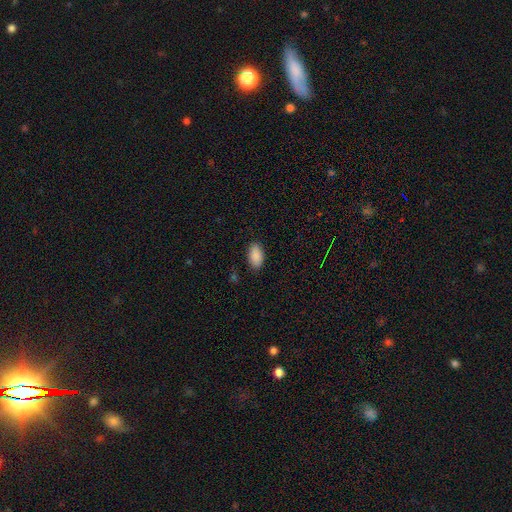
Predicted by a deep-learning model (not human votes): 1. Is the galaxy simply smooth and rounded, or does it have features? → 90% smooth, 7% star or artifact, 3% featured or disk.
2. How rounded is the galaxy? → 94% in between, 4% round, 2% cigar-shaped.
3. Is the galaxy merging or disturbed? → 87% none, 10% minor disturbance, 3% major disturbance, 1% merger.